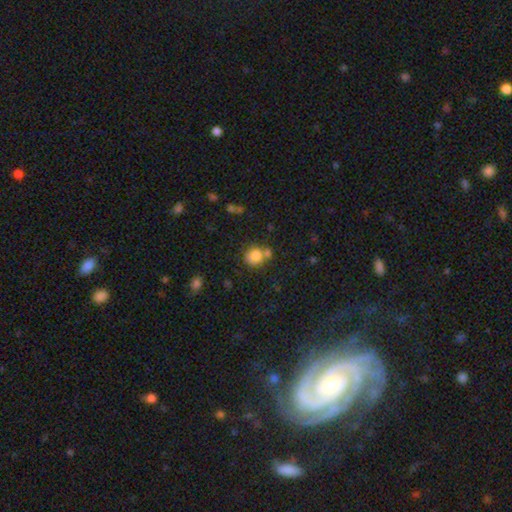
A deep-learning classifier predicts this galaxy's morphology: This is clearly a smooth galaxy (81%). How rounded: clearly round (84%). Merging: possibly none (56%).